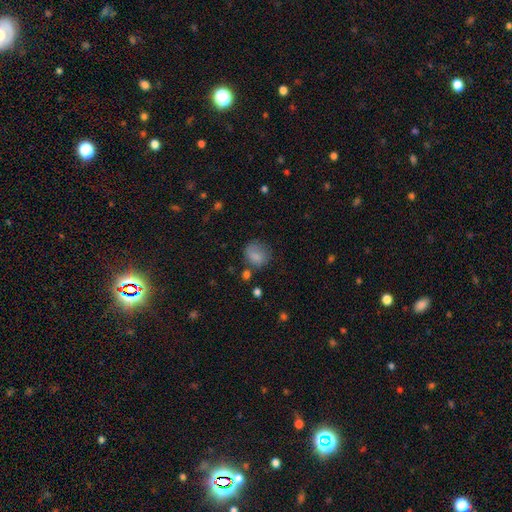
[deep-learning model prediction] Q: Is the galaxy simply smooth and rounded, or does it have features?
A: smooth — 80%.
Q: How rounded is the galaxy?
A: round — 63%.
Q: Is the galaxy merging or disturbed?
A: none — 58%.